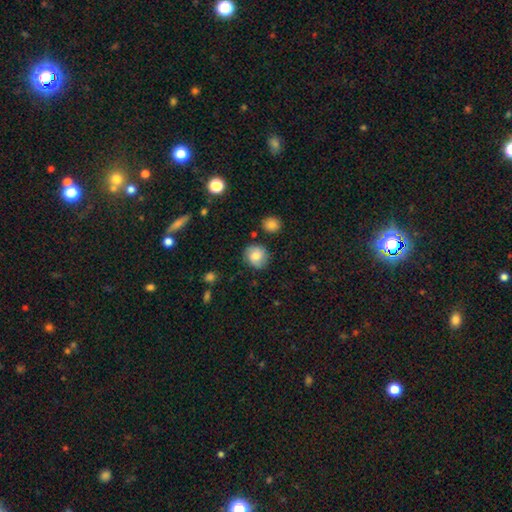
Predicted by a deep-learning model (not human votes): Smooth or featured? Predicted: smooth (p=0.71). How rounded? Predicted: round (p=0.80). Merging? Predicted: none (p=0.80).